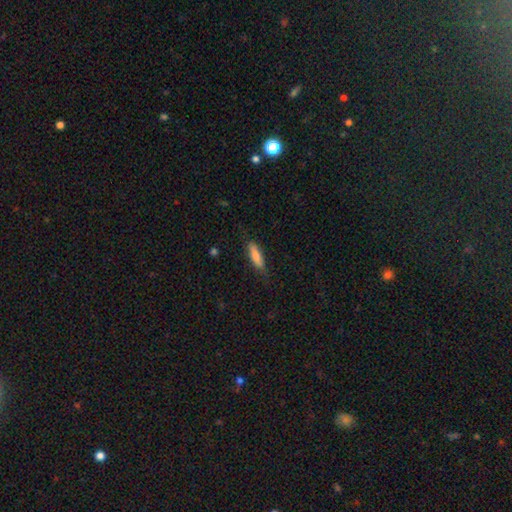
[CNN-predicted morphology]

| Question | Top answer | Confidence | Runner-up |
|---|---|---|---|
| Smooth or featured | smooth | 74% | featured or disk (19%) |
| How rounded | cigar-shaped | 63% | in between (35%) |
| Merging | none | 77% | minor disturbance (18%) |